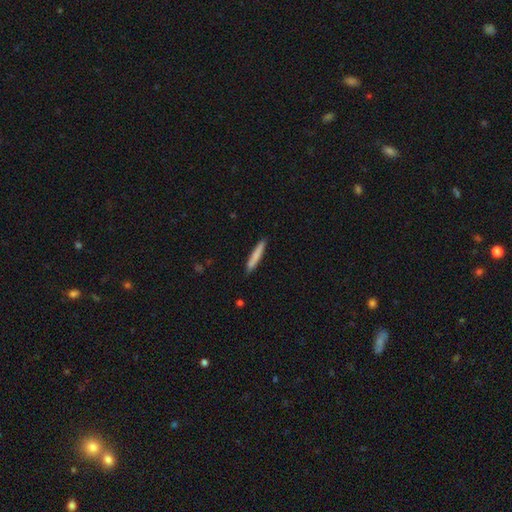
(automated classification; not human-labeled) This is likely a smooth galaxy (78%). How rounded: clearly cigar-shaped (94%). Merging: clearly none (88%).